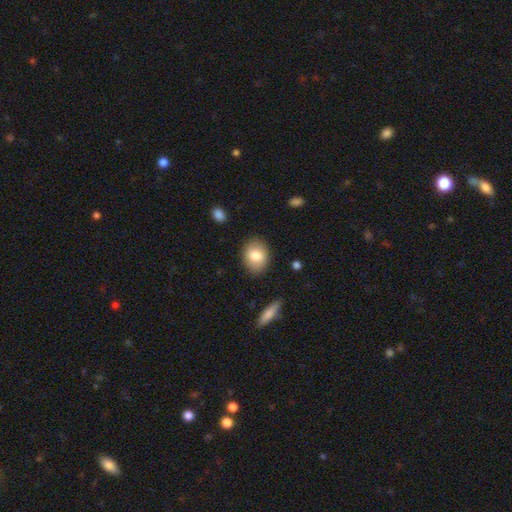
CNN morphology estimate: Smooth or featured?
  - smooth: 82% *
  - featured or disk: 11%
  - star or artifact: 8%
How rounded?
  - in between: 59% *
  - round: 40%
  - cigar-shaped: 1%
Merging?
  - none: 86% *
  - minor disturbance: 10%
  - major disturbance: 3%
  - merger: 2%